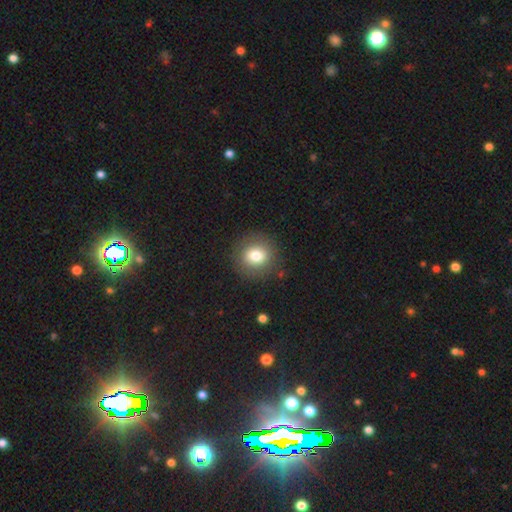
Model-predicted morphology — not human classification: Smooth or featured?
  - smooth: 78% *
  - featured or disk: 12%
  - star or artifact: 10%
How rounded?
  - round: 88% *
  - in between: 11%
  - cigar-shaped: 1%
Merging?
  - none: 87% *
  - minor disturbance: 8%
  - major disturbance: 3%
  - merger: 1%